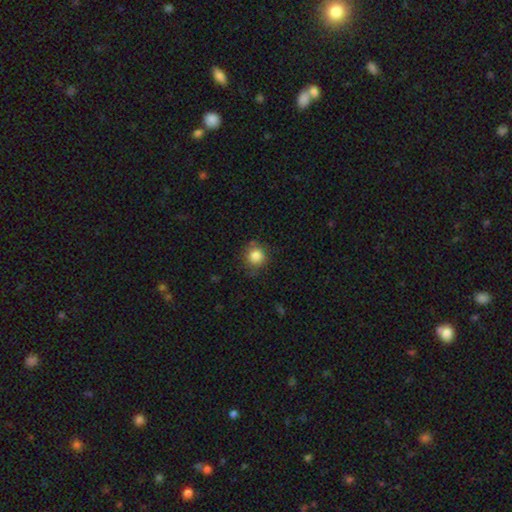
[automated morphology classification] This is clearly a smooth galaxy (85%). How rounded: clearly round (91%). Merging: likely none (79%).